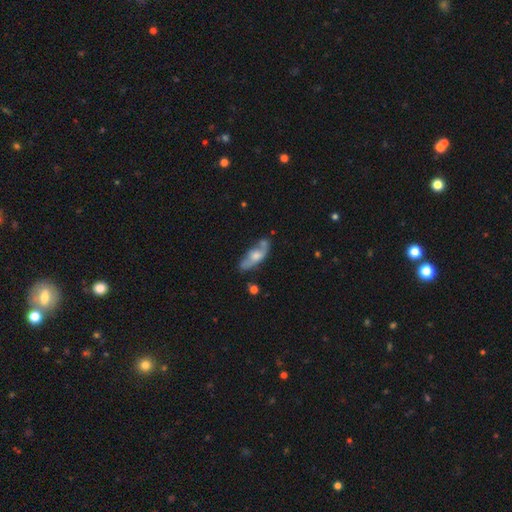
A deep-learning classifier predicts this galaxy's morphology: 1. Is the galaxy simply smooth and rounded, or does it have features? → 55% featured or disk, 38% smooth, 7% star or artifact.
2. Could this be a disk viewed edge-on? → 66% no, 34% yes.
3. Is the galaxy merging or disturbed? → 61% none, 24% minor disturbance, 8% major disturbance, 7% merger.